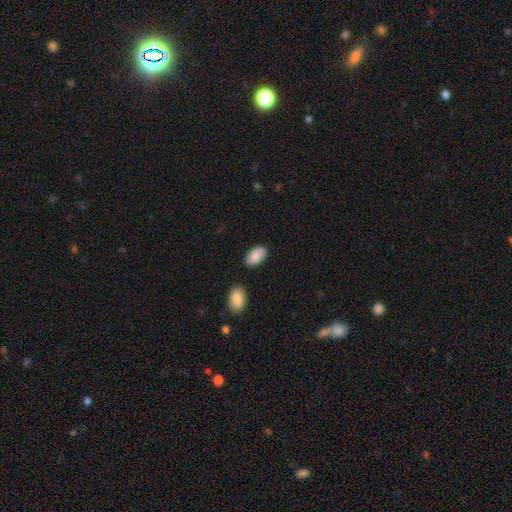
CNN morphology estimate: This appears to be a smooth galaxy with no disk features (89%) that is in between round and cigar-shaped (95%). Merging: none (83%).